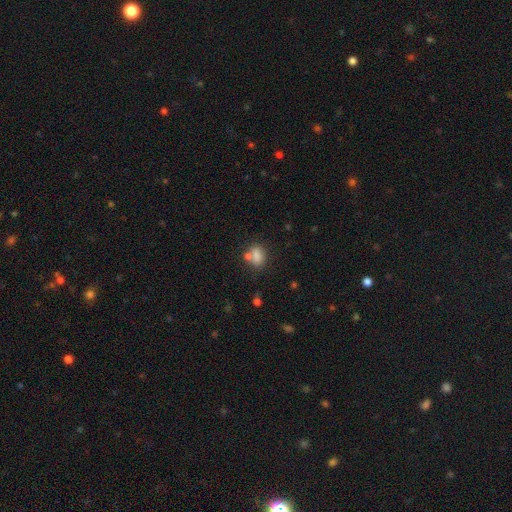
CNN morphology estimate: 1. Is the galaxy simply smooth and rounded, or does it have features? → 78% smooth, 12% featured or disk, 11% star or artifact.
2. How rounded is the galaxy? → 70% in between, 26% round, 4% cigar-shaped.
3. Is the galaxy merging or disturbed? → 50% none, 30% merger, 15% minor disturbance, 6% major disturbance.